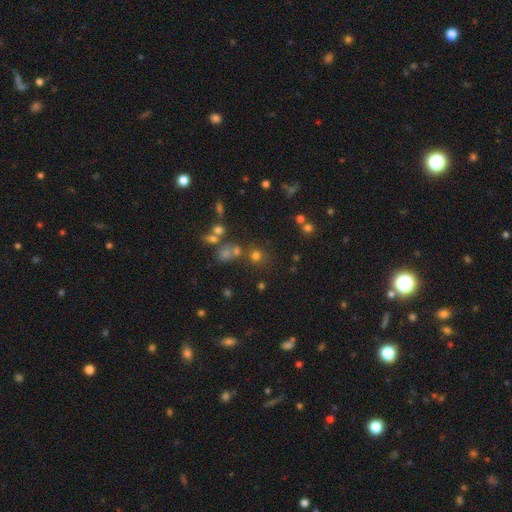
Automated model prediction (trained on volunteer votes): Smooth or featured: smooth — 64% (star or artifact — 26%)
How rounded: round — 87% (in between — 11%)
Merging: none — 69% (merger — 16%)